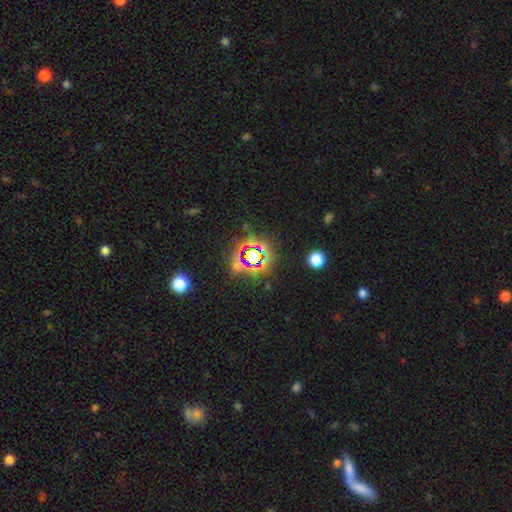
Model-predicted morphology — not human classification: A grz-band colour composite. It shows a star or artifact, not a galaxy (73%).